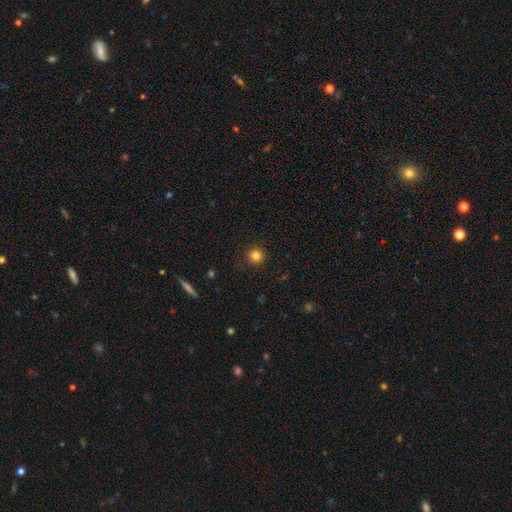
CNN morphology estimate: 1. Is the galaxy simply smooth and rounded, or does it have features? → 82% smooth, 13% star or artifact, 5% featured or disk.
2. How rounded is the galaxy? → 95% round, 4% in between, 1% cigar-shaped.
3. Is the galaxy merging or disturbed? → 90% none, 7% minor disturbance, 2% major disturbance, 1% merger.